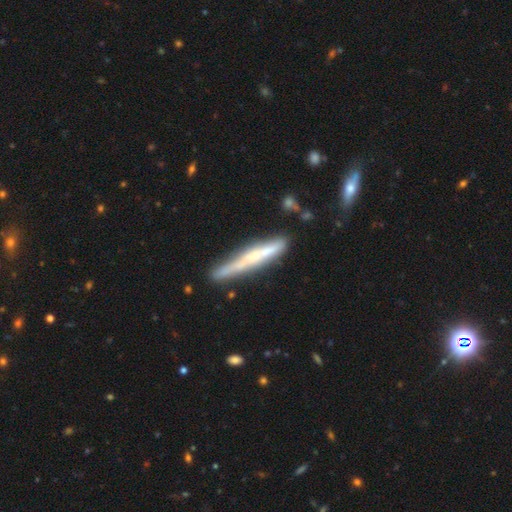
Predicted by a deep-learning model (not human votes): featured or disk 59%, smooth 34%, star or artifact 6%. Down the decision tree: edge-on disk — yes (92%); edge-on bulge — none (47%); merging — none (72%).